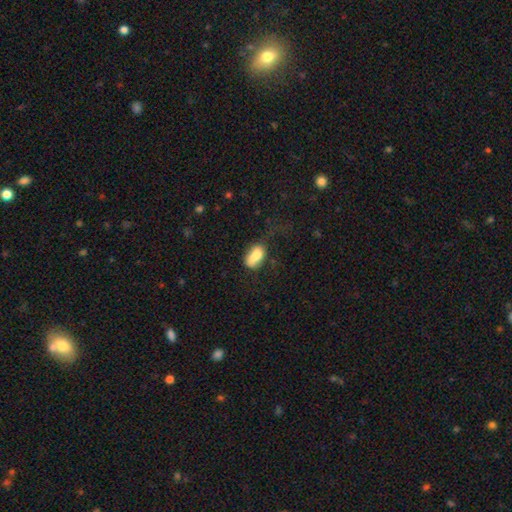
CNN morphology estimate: Overall: smooth (80%). How rounded: in between (89%). Merging: none (39%; minor disturbance 32%).